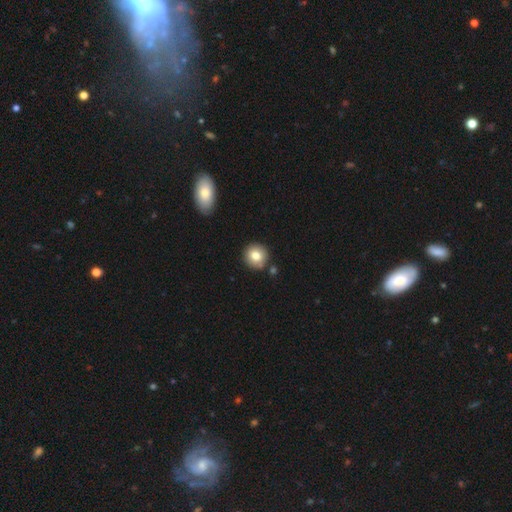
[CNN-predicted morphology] Smooth or featured? Predicted: smooth (p=0.79). How rounded? Predicted: round (p=0.93). Merging? Predicted: none (p=0.84).